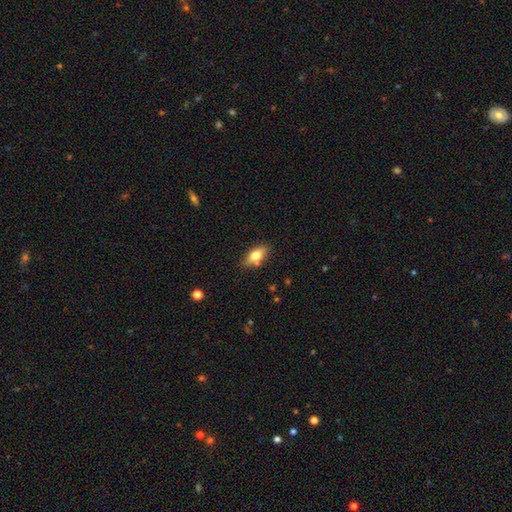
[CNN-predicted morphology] smooth_or_featured: smooth (p=0.74) [alt: featured or disk p=0.19]
how_rounded: in between (p=0.84) [alt: cigar-shaped p=0.09]
merging: none (p=0.77) [alt: minor disturbance p=0.16]